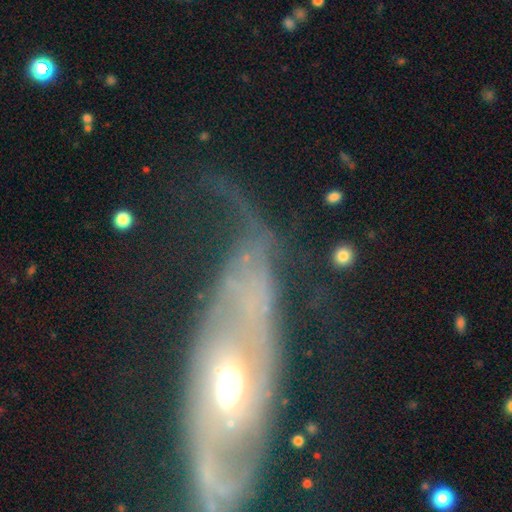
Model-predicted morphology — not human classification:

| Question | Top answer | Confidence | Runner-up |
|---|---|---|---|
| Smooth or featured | featured or disk | 59% | smooth (28%) |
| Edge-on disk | no | 78% | yes (22%) |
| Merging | major disturbance | 48% | none (28%) |